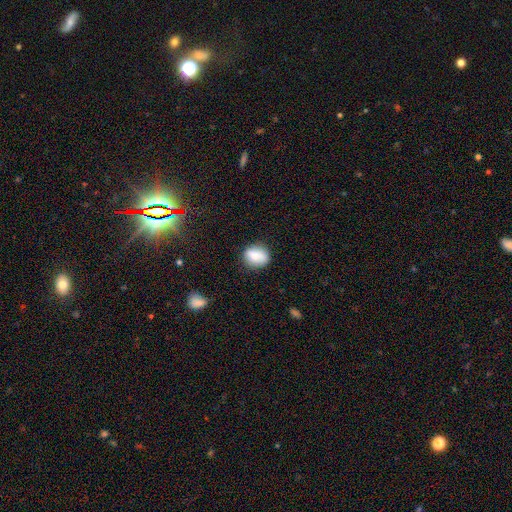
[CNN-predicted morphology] Smooth or featured: smooth — 80% (featured or disk — 11%)
How rounded: round — 50% (in between — 48%)
Merging: none — 77% (minor disturbance — 16%)